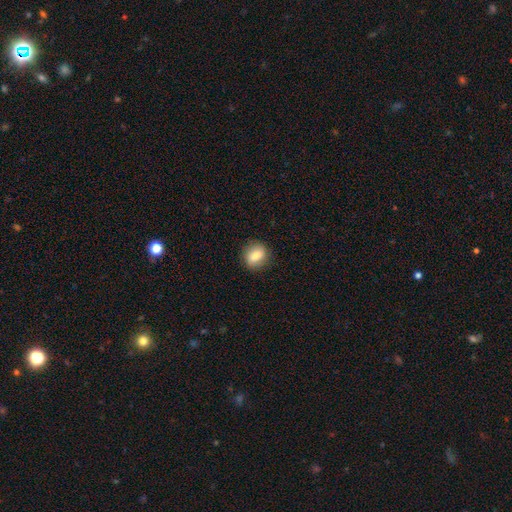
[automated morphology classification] This is likely a smooth galaxy (78%). How rounded: likely round (65%). Merging: clearly none (86%).